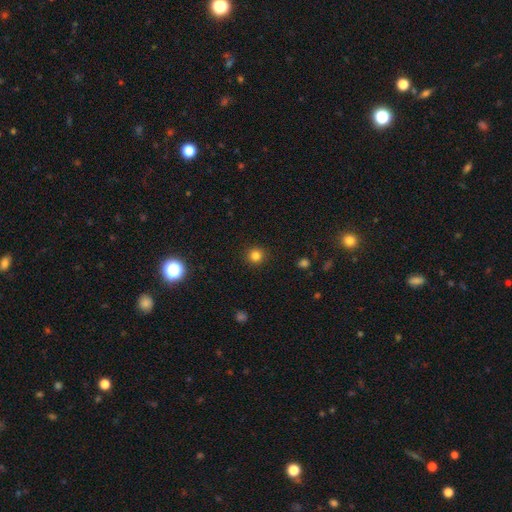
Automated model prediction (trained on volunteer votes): A smooth galaxy with no disk features (82%) that is round (94%). Merging: none (92%).